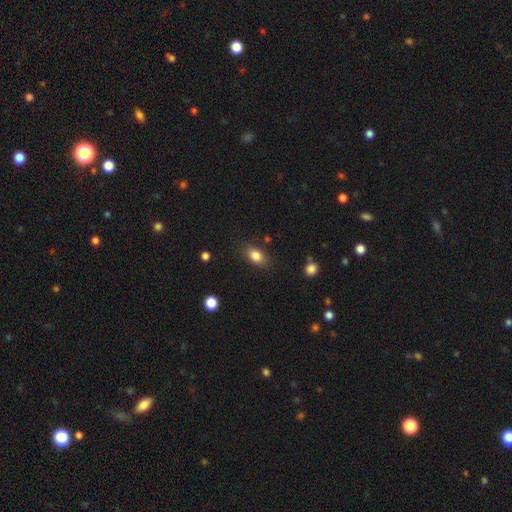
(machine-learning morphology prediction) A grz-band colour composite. It shows a smooth galaxy with no disk features (83%) that is in between round and cigar-shaped (81%). Merging: none (82%).